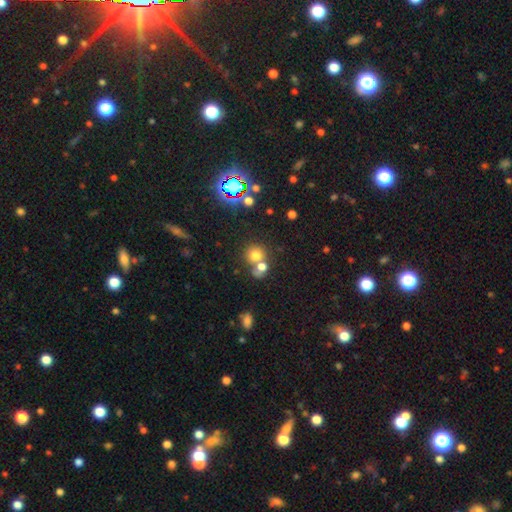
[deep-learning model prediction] This is likely a smooth galaxy (70%). How rounded: clearly round (82%). Merging: possibly merger (45%).